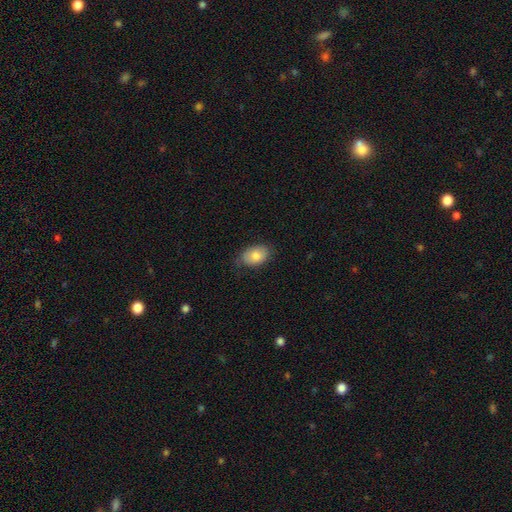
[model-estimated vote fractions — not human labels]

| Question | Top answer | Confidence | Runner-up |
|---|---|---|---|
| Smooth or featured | smooth | 82% | featured or disk (11%) |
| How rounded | in between | 87% | round (12%) |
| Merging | none | 77% | minor disturbance (19%) |